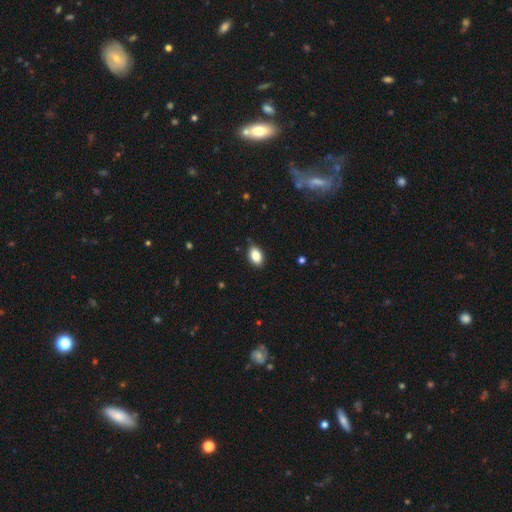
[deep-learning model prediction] Smooth or featured: smooth — 85% (star or artifact — 8%)
How rounded: in between — 88% (round — 10%)
Merging: none — 83% (minor disturbance — 14%)